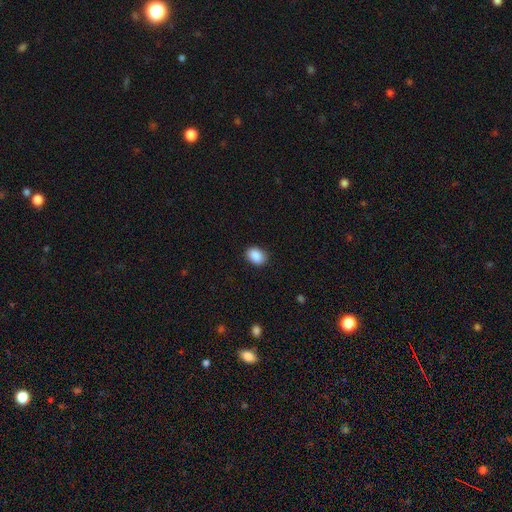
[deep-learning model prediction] smooth_or_featured: smooth (p=0.90) [alt: star or artifact p=0.07]
how_rounded: in between (p=0.69) [alt: round p=0.30]
merging: none (p=0.87) [alt: minor disturbance p=0.10]